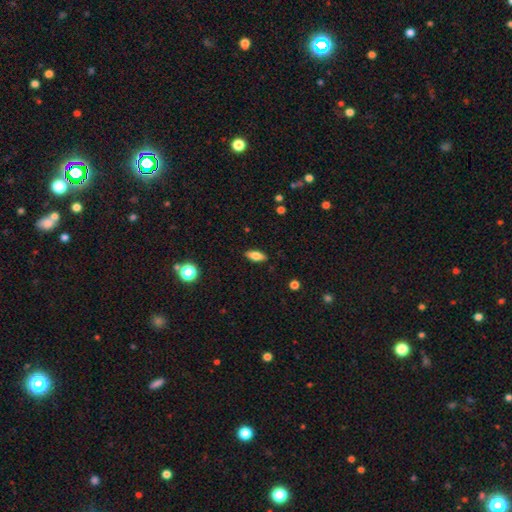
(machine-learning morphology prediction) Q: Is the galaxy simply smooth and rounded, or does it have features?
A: smooth — 70%.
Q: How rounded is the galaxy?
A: in between — 75%.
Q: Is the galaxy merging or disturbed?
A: none — 88%.